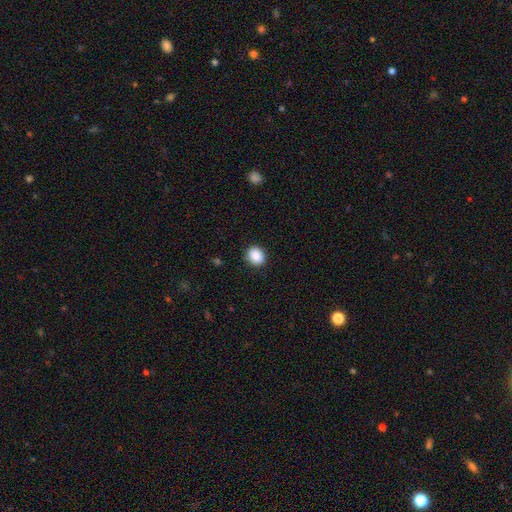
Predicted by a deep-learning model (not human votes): This appears to be a smooth galaxy with no disk features (89%) that is round (64%). Merging: none (89%).